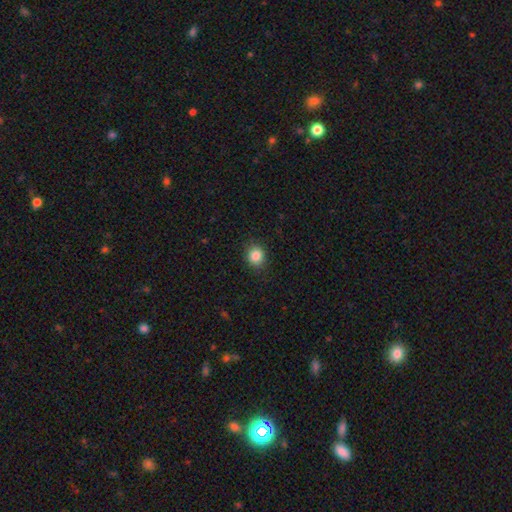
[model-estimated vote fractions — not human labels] A smooth galaxy with no disk features (86%) that is round (78%). Merging: none (87%).